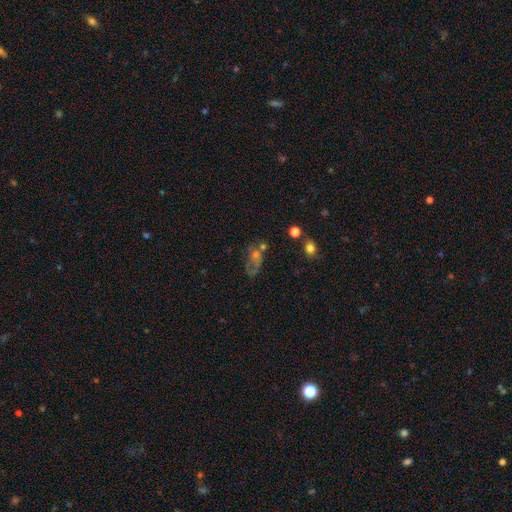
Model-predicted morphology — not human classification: Overall: featured or disk (42%; smooth 33%). Merging: none (39%; major disturbance 26%).